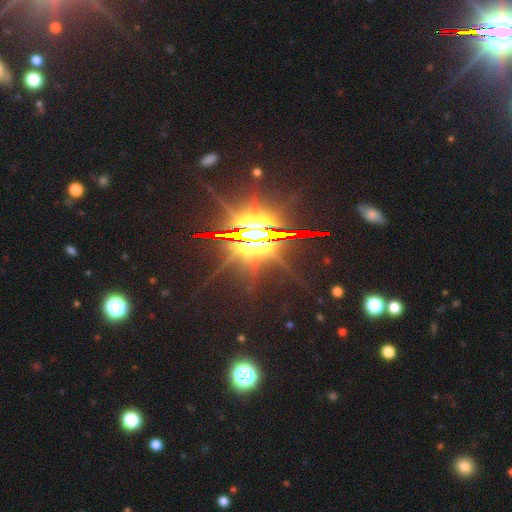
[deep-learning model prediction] A star or artifact, not a galaxy (81%).

Vote fractions:
- Smooth or featured? star or artifact: 81% / featured or disk: 12% / smooth: 7%